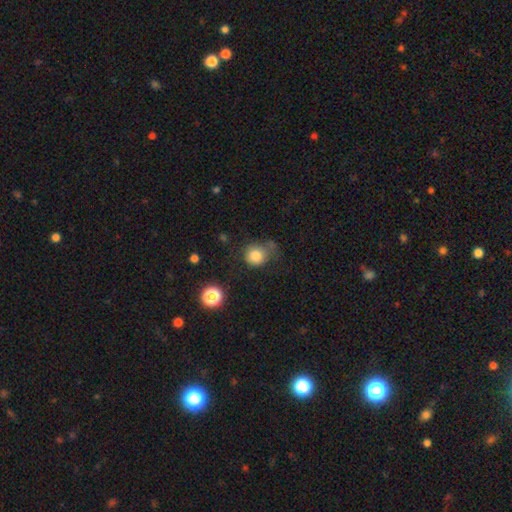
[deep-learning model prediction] Morphology: type=smooth (81%); roundness=round (83%); merging=none (52%).